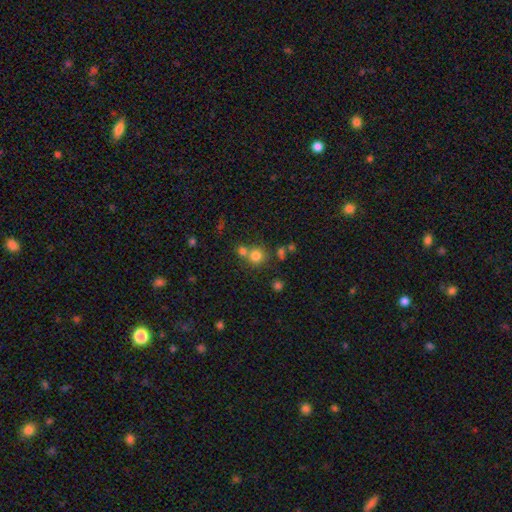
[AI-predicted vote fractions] Morphology: type=smooth (77%); roundness=round (89%); merging=none (57%).